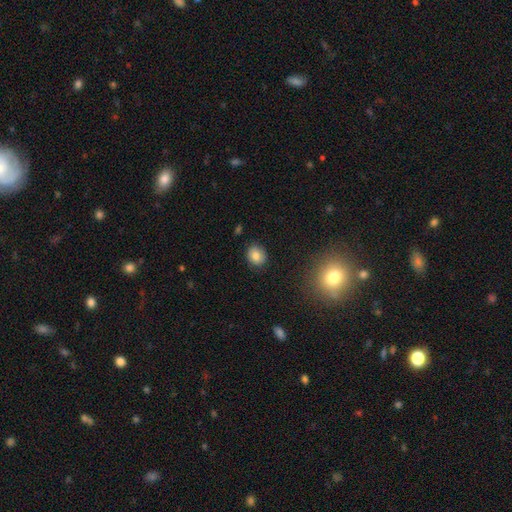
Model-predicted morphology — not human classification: Smooth or featured? smooth (80%)
How rounded? round (72%)
Merging? none (87%)